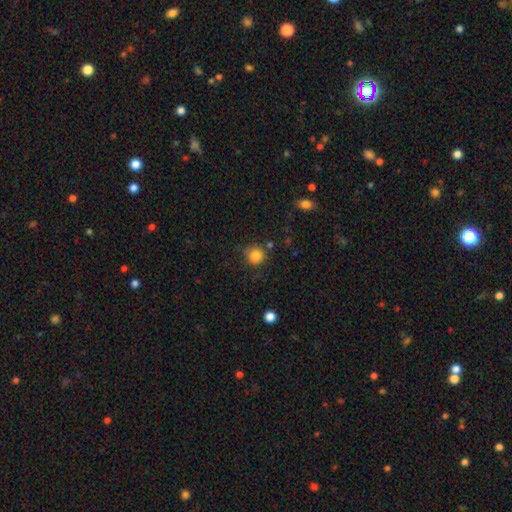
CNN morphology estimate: type=smooth (83%); roundness=round (89%); merging=none (71%).